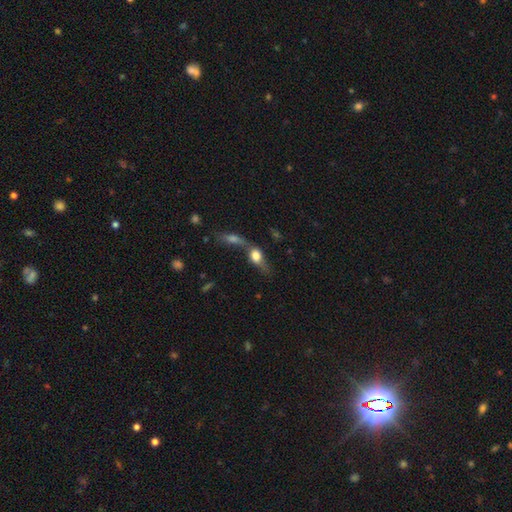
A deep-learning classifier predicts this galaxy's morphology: type=smooth (58%); roundness=in between (63%); merging=merger (53%).